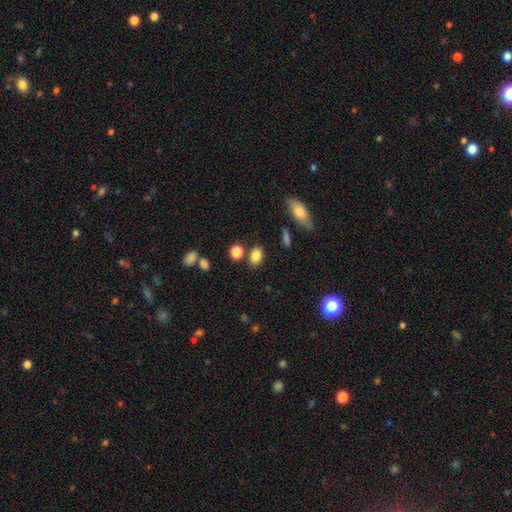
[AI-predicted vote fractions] This appears to be a smooth galaxy with no disk features (83%) that is in between round and cigar-shaped (75%). Merging: none (78%).